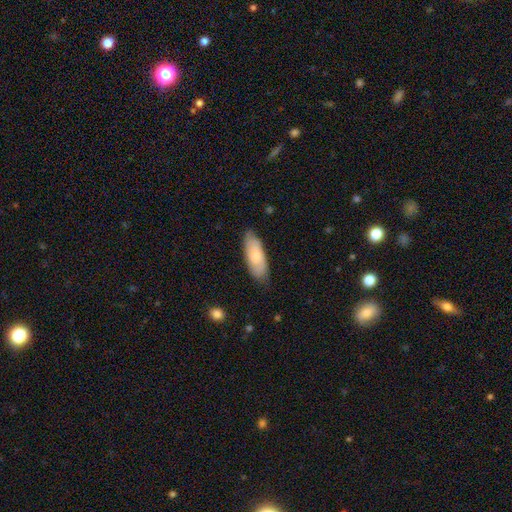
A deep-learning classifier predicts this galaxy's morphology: smooth 65%, featured or disk 30%, star or artifact 5%. Down the decision tree: how rounded — in between (73%); merging — none (78%).